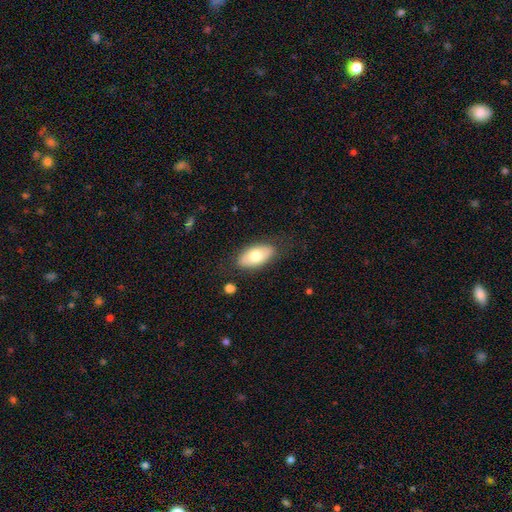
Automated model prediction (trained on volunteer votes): smooth-or-featured: smooth: 71% | featured or disk: 23% | star or artifact: 6%
  how-rounded: in between: 92% | cigar-shaped: 4% | round: 3%
  merging: none: 80% | minor disturbance: 14% | major disturbance: 4% | merger: 2%